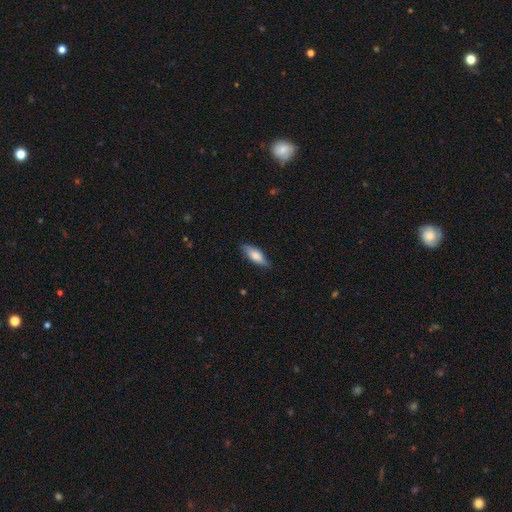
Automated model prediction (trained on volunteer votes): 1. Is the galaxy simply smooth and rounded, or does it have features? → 70% smooth, 24% featured or disk, 6% star or artifact.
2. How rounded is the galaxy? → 61% in between, 37% cigar-shaped, 2% round.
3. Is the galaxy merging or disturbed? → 81% none, 16% minor disturbance, 3% major disturbance, 1% merger.